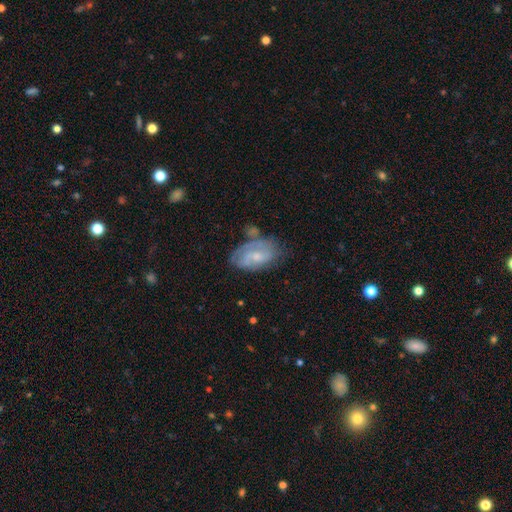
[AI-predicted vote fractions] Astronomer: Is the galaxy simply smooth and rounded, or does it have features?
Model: featured or disk — 59%.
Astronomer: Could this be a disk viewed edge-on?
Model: no — 96%.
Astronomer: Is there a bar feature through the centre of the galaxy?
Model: no — 64%.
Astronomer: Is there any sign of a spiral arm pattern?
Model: yes — 76%.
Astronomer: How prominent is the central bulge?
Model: small — 59%.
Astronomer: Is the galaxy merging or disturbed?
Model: none — 50% (runner-up: minor disturbance, 27%).